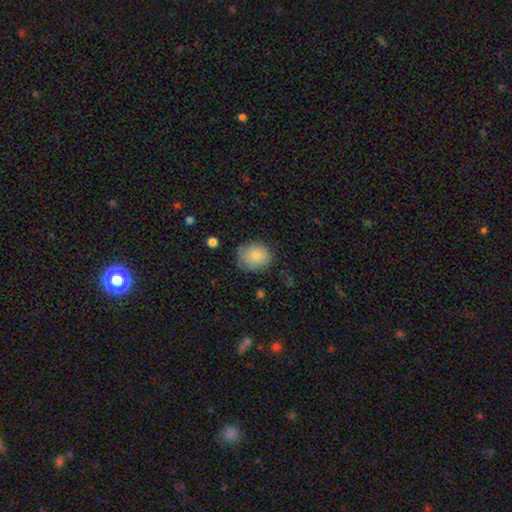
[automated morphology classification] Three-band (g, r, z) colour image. It shows a smooth galaxy with no disk features (81%) that is round (68%). Merging: none (71%).